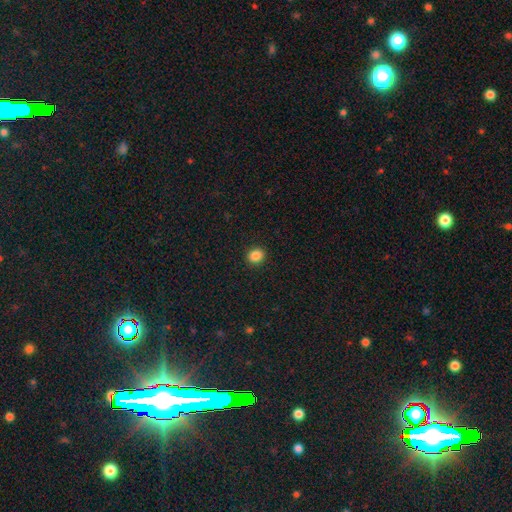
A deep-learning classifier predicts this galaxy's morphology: Smooth or featured: smooth — 86% (star or artifact — 10%)
How rounded: round — 77% (in between — 22%)
Merging: none — 92% (minor disturbance — 5%)